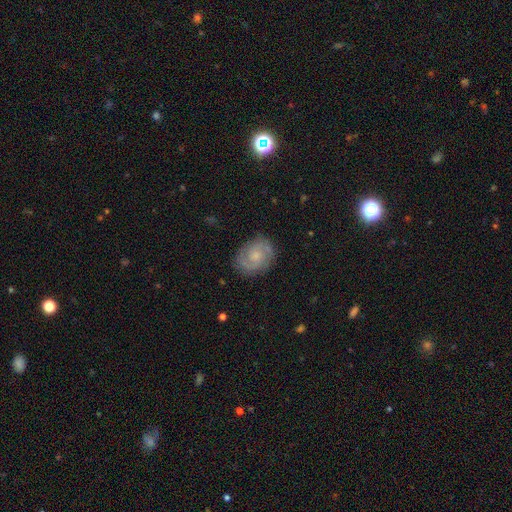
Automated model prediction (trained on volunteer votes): The model was most divided on "bulge size": small: 43%, moderate: 38%, none: 13%, large: 5%, dominant: 1%. Remaining: edge-on disk — no (98%); spiral arms — yes (93%); merging — none (81%); spiral arm count — 2 (79%); smooth or featured — featured or disk (71%); bar — no (66%); spiral winding — tight (48%).